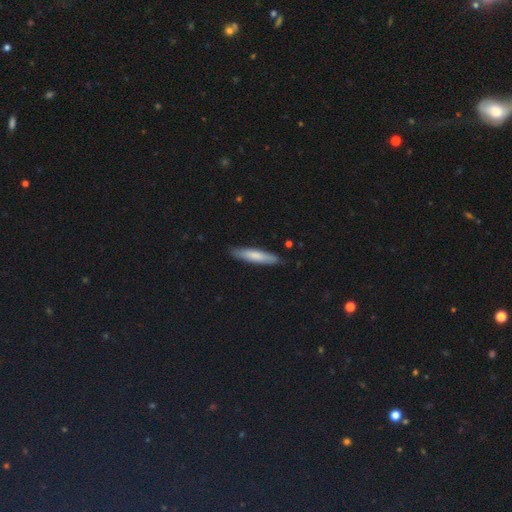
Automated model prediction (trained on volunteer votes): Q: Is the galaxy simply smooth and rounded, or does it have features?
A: smooth — 73%.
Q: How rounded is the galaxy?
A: cigar-shaped — 84%.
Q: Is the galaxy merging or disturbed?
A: none — 86%.